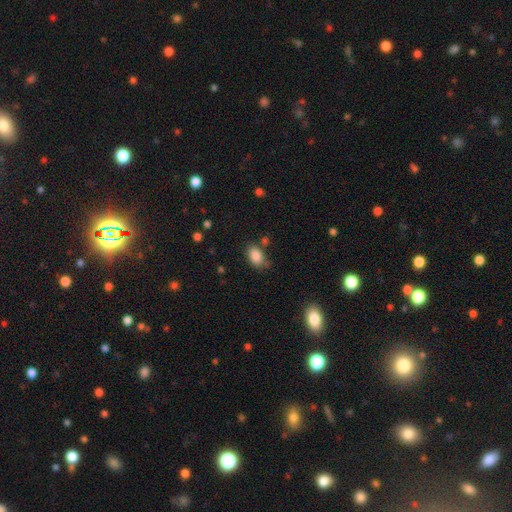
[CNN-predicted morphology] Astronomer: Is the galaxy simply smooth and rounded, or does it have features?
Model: smooth — 87%.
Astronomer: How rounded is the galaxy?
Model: in between — 86%.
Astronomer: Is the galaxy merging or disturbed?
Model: none — 70%.